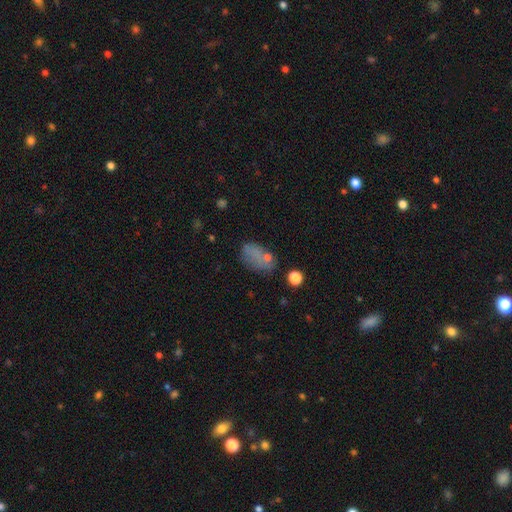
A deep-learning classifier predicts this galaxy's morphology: smooth-or-featured: smooth: 65% | star or artifact: 17% | featured or disk: 17%
  how-rounded: in between: 85% | round: 13% | cigar-shaped: 3%
  merging: none: 52% | minor disturbance: 23% | major disturbance: 15% | merger: 9%